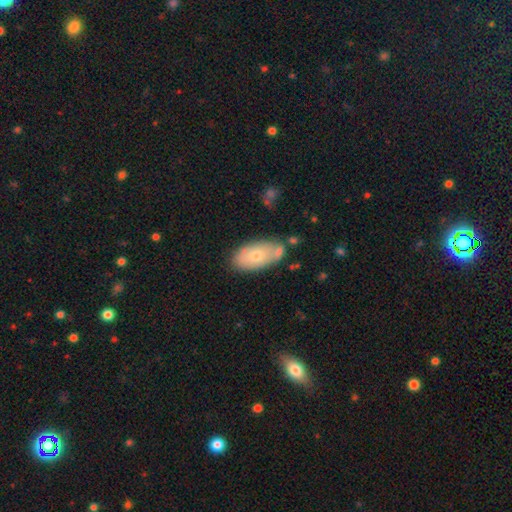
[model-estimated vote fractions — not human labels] This appears to be a smooth galaxy with no disk features (69%) that is in between round and cigar-shaped (94%). Merging: none (62%).